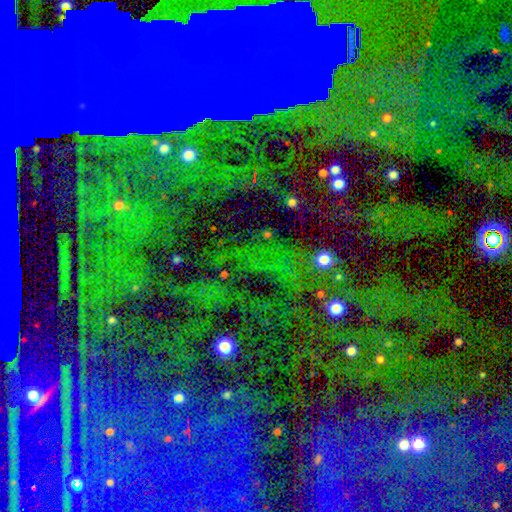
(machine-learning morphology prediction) This appears to be a star or artifact, not a galaxy (79%).